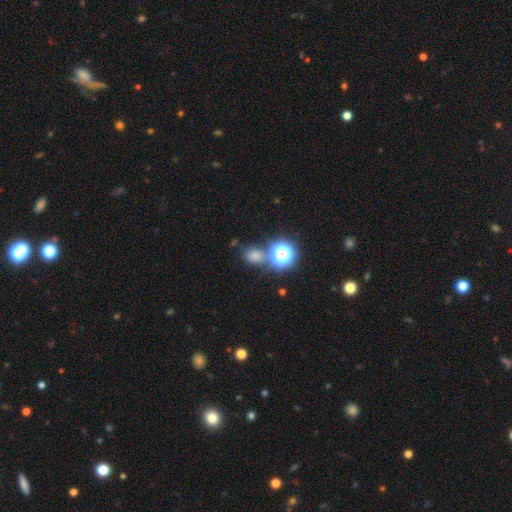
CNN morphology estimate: Smooth or featured: smooth — 66% (star or artifact — 27%)
How rounded: round — 61% (in between — 38%)
Merging: none — 67% (merger — 16%)